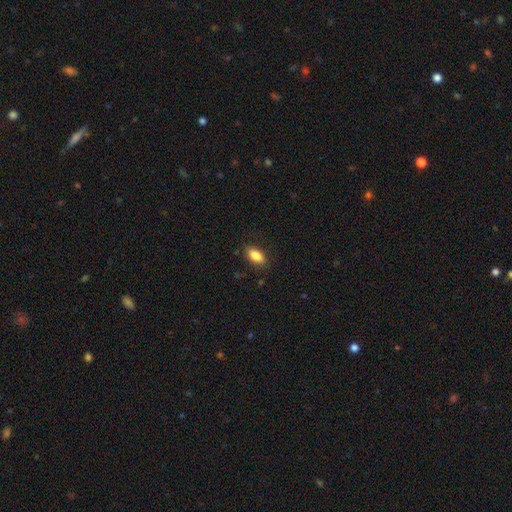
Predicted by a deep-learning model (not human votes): Overall: smooth (86%). How rounded: in between (90%). Merging: none (84%).